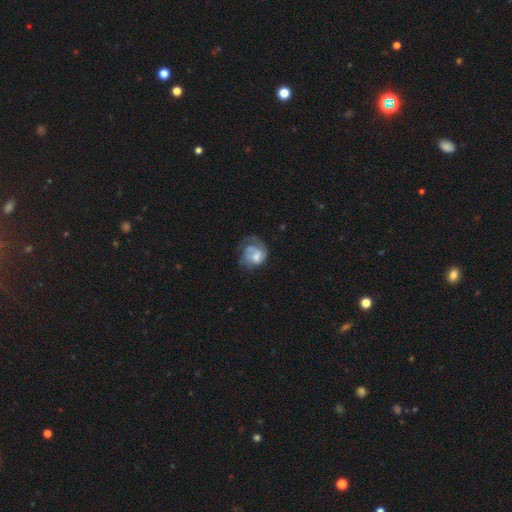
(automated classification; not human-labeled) Smooth or featured: featured or disk — 46% (smooth — 45%)
Merging: major disturbance — 36% (none — 34%)